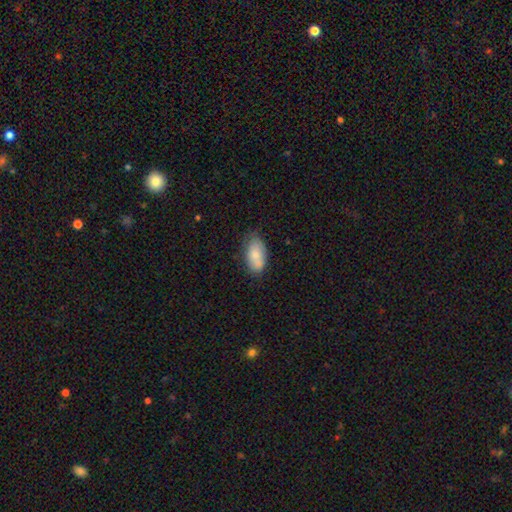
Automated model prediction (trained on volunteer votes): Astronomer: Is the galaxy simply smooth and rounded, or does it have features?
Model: smooth — 77%.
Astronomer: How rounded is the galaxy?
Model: in between — 93%.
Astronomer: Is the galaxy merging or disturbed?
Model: none — 64%.